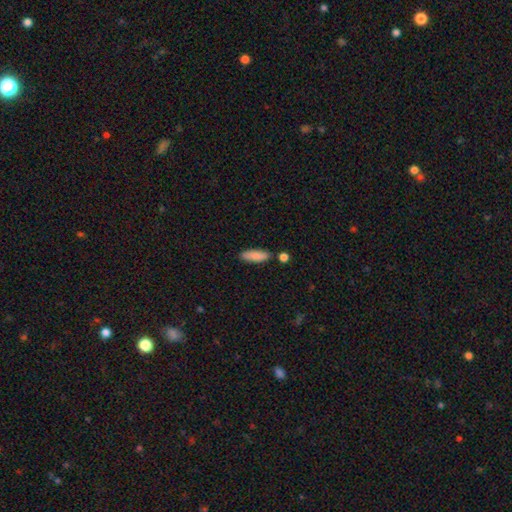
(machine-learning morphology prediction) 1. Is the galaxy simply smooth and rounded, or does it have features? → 86% smooth, 7% featured or disk, 7% star or artifact.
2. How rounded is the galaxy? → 50% cigar-shaped, 48% in between, 2% round.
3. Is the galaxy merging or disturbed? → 79% none, 11% minor disturbance, 7% merger, 3% major disturbance.